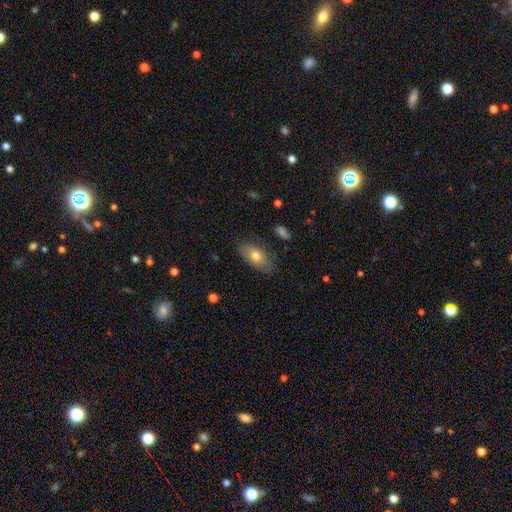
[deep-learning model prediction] smooth 65%, featured or disk 28%, star or artifact 7%. Down the decision tree: how rounded — in between (90%); merging — none (71%).